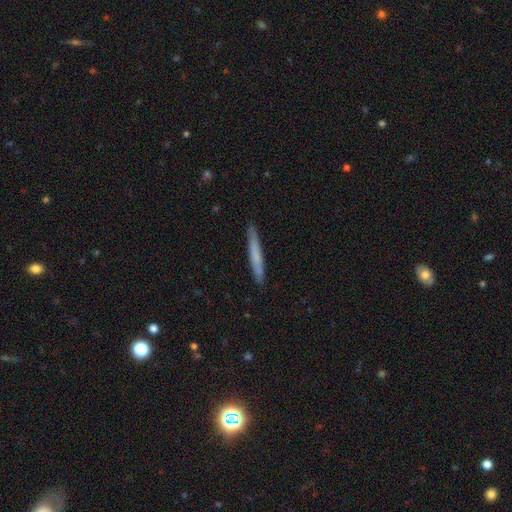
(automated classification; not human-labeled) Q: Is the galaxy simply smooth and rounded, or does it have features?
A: smooth — 65%.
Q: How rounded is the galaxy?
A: cigar-shaped — 97%.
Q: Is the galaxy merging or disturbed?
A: none — 90%.